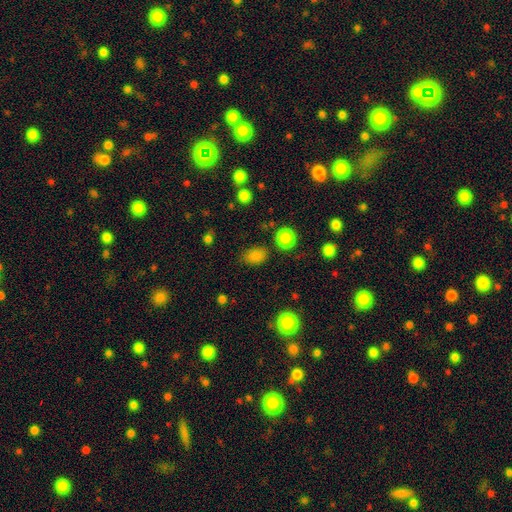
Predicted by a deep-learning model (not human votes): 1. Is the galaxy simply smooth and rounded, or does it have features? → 83% smooth, 12% star or artifact, 5% featured or disk.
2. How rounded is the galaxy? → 76% in between, 23% round, 1% cigar-shaped.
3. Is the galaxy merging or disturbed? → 79% none, 14% minor disturbance, 4% major disturbance, 3% merger.